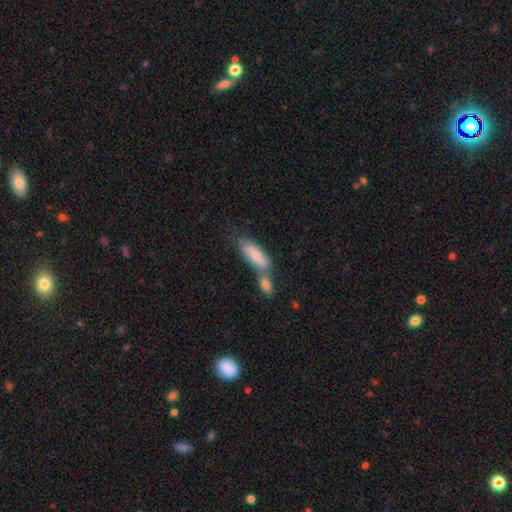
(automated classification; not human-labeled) Morphology: type=smooth (78%); roundness=in between (61%); merging=merger (54%).